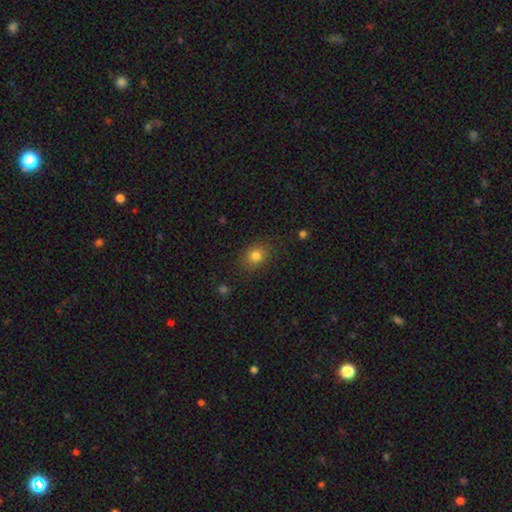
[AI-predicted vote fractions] smooth 81%, star or artifact 12%, featured or disk 7%. Down the decision tree: how rounded — round (64%); merging — none (84%).